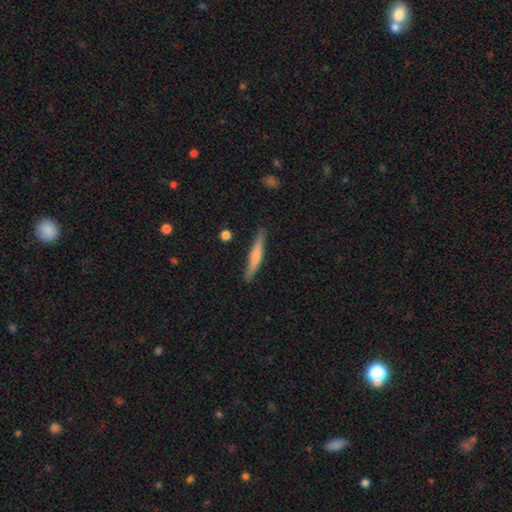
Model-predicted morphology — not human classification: Overall: smooth (58%; featured or disk 37%). How rounded: cigar-shaped (93%). Merging: none (86%).